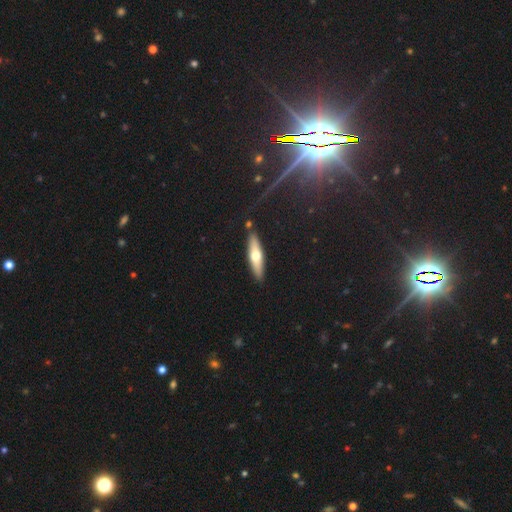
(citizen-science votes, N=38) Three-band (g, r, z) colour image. It shows a smooth galaxy with no disk features (53%) that is cigar-shaped (85%). Merging: none (84%).